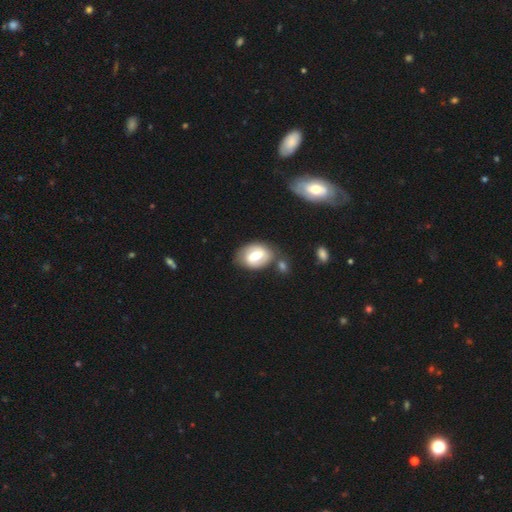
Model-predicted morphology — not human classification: smooth-or-featured: featured or disk: 52% | smooth: 41% | star or artifact: 6%
  disk-edge-on: no: 94% | yes: 6%
  merging: none: 64% | minor disturbance: 17% | merger: 13% | major disturbance: 6%